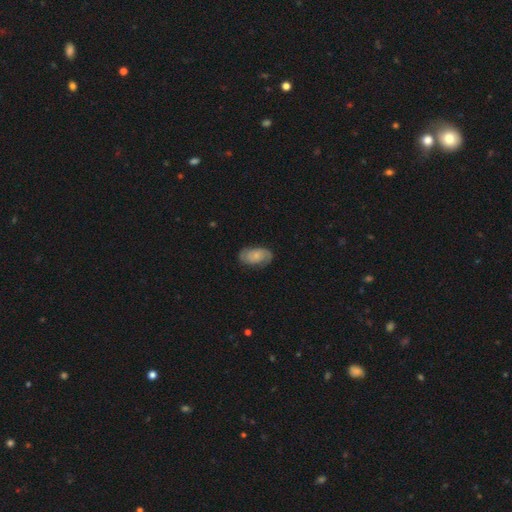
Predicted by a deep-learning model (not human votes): The model was most divided on "spiral winding": tight: 45%, medium: 39%, loose: 16%. More confident: edge-on disk — no (96%); spiral arms — yes (89%); merging — none (74%); spiral arm count — 2 (73%); bar — no (70%); bulge size — small (60%); smooth or featured — featured or disk (59%).